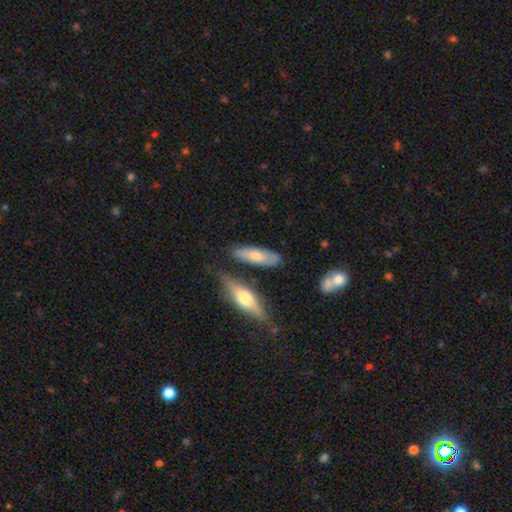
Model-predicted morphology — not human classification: This is possibly a featured or disk galaxy (50%). It is clearly viewed edge-on (82%). Merging: likely none (74%).